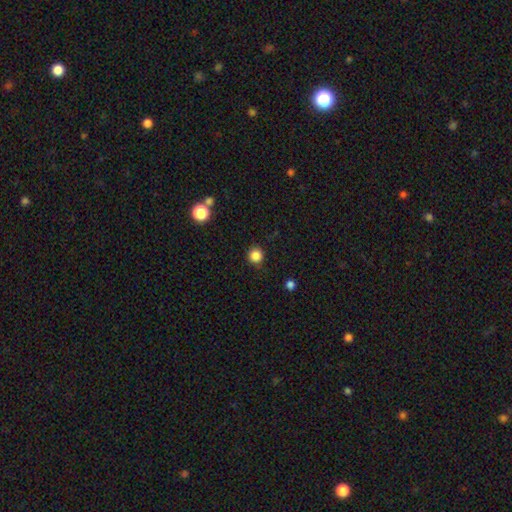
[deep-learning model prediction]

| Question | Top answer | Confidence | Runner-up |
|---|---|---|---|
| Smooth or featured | smooth | 84% | star or artifact (12%) |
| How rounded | round | 94% | in between (5%) |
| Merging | none | 89% | minor disturbance (8%) |